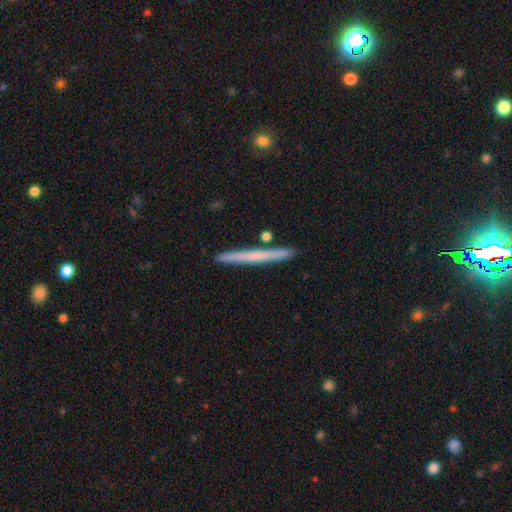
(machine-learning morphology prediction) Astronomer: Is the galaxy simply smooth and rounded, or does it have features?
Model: smooth — 50% (runner-up: featured or disk, 44%).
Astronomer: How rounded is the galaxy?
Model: cigar-shaped — 97%.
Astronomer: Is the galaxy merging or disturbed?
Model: none — 90%.